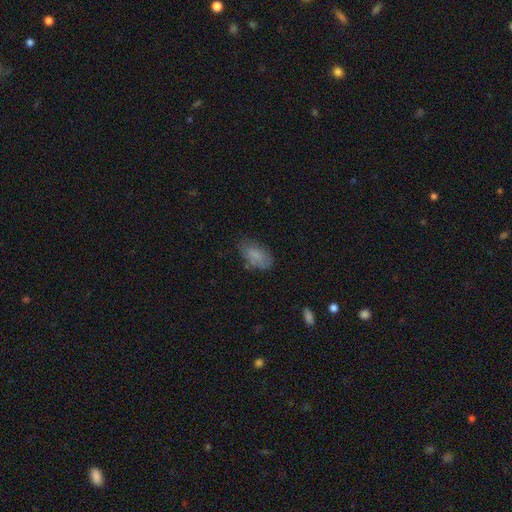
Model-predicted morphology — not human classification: A smooth galaxy with no disk features (77%) that is in between round and cigar-shaped (92%). Merging: none (61%).